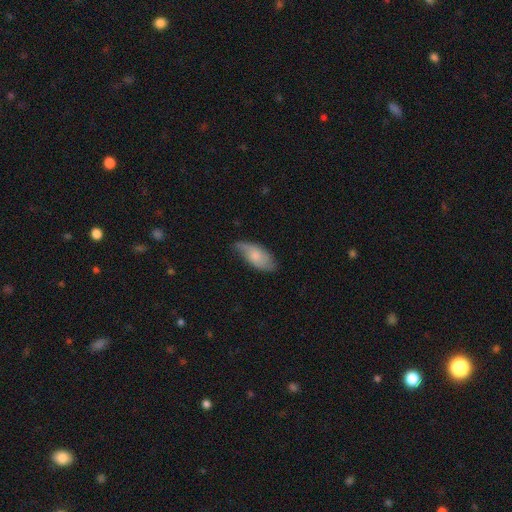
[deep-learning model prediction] smooth 63%, featured or disk 30%, star or artifact 6%. Down the decision tree: how rounded — in between (88%); merging — none (58%).